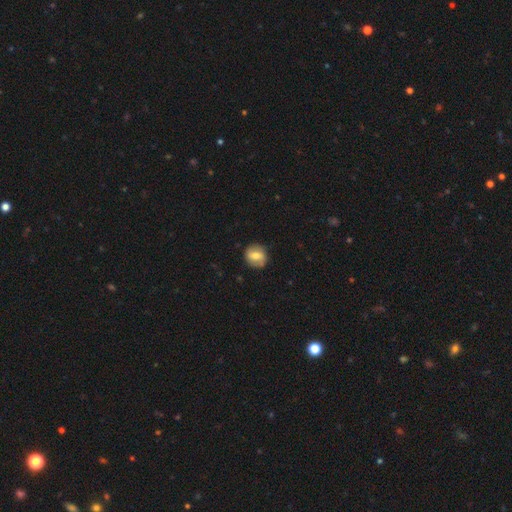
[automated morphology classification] A smooth galaxy with no disk features (60%) that is round (81%).

Vote fractions:
- Smooth or featured? smooth: 60% / featured or disk: 32% / star or artifact: 8%
- How rounded? round: 81% / in between: 18% / cigar-shaped: 1%
- Merging? none: 83% / minor disturbance: 12% / major disturbance: 3% / merger: 2%